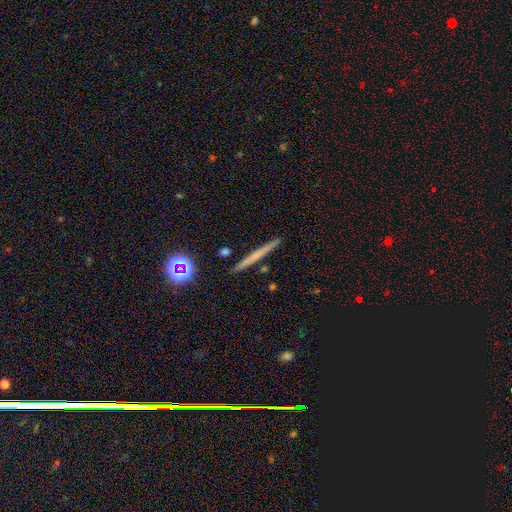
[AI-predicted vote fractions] Overall: smooth (50%; featured or disk 41%). Merging: none (92%).